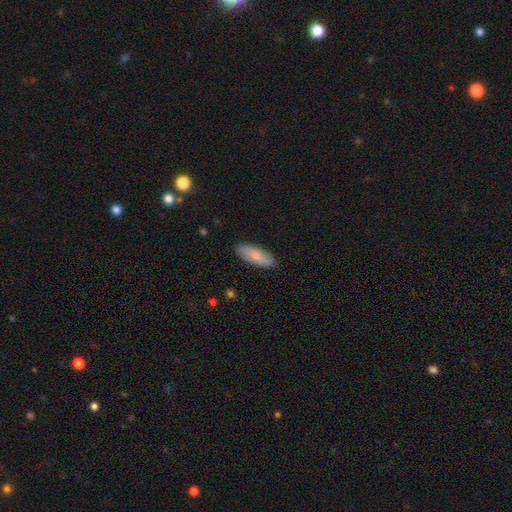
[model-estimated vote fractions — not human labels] A smooth galaxy with no disk features (76%) that is in between round and cigar-shaped (71%).

Vote fractions:
- Smooth or featured? smooth: 76% / featured or disk: 18% / star or artifact: 6%
- How rounded? in between: 71% / cigar-shaped: 27% / round: 2%
- Merging? none: 87% / minor disturbance: 10% / major disturbance: 2% / merger: 1%